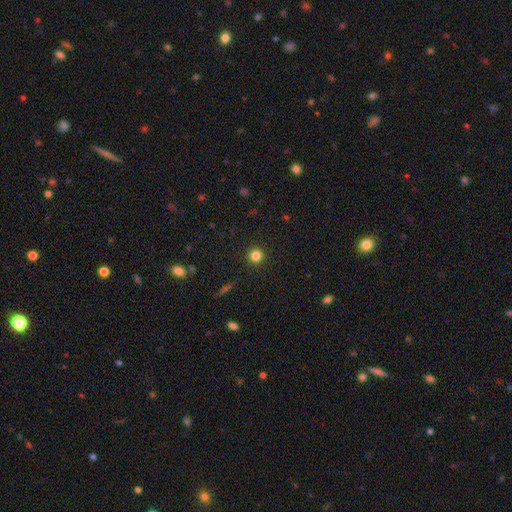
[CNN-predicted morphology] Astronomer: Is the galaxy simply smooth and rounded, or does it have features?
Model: smooth — 82%.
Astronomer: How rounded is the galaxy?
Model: round — 95%.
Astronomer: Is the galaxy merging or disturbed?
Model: none — 93%.